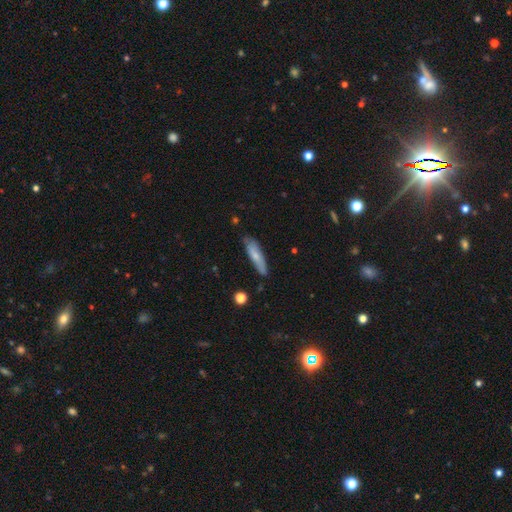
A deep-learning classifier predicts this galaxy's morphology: Smooth or featured: smooth — 67% (featured or disk — 27%)
How rounded: cigar-shaped — 74% (in between — 24%)
Merging: none — 72% (minor disturbance — 22%)